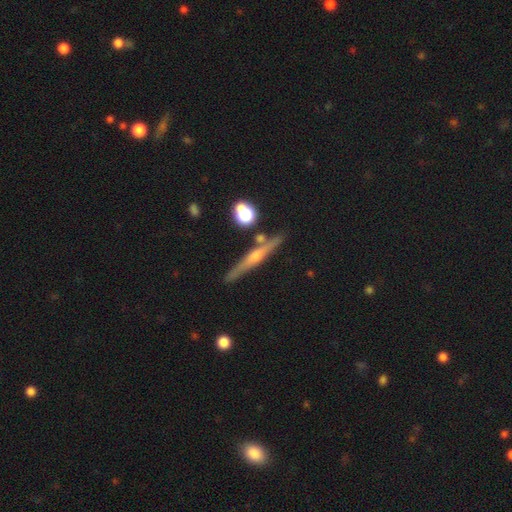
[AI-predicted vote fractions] Smooth or featured: featured or disk — 69% (smooth — 23%)
Edge-on disk: yes — 97% (no — 3%)
Edge-on bulge: rounded — 81% (none — 13%)
Merging: none — 84% (minor disturbance — 9%)